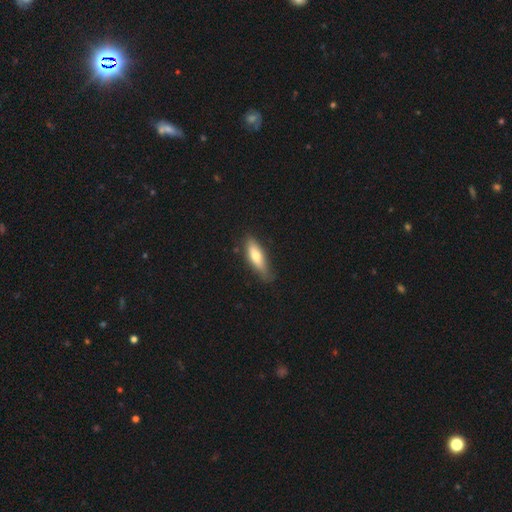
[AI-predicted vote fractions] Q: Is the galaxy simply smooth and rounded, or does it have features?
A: smooth — 66%.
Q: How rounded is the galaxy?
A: cigar-shaped — 52%.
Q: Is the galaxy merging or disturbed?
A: none — 71%.